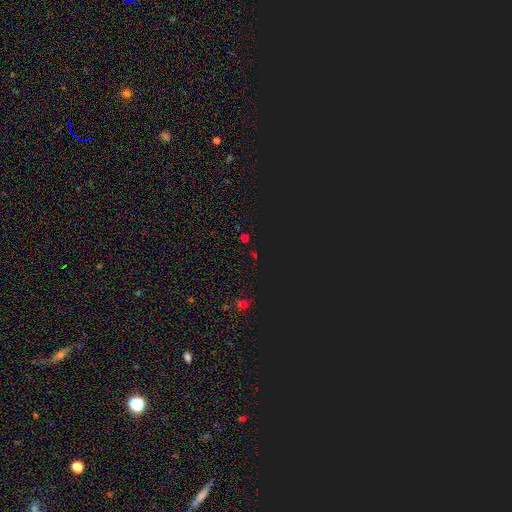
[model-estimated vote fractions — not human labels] A star or artifact, not a galaxy (71%).

Vote fractions:
- Smooth or featured? star or artifact: 71% / smooth: 23% / featured or disk: 6%